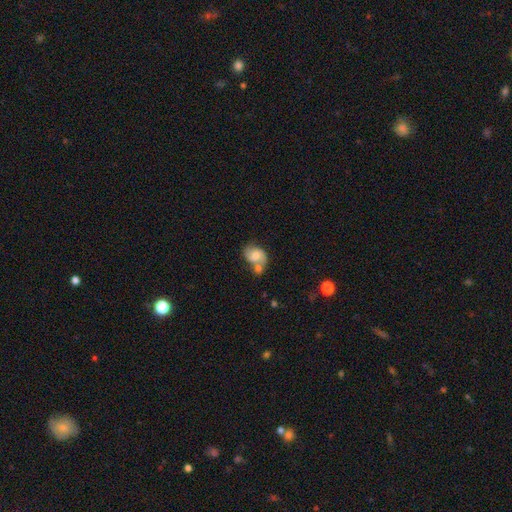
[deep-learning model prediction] A smooth galaxy with no disk features (47%). Merging: merger (43%).